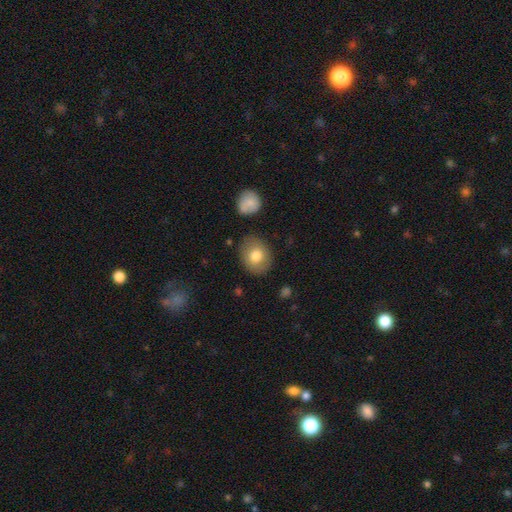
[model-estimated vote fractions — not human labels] smooth-or-featured: smooth: 77% | featured or disk: 15% | star or artifact: 8%
  how-rounded: round: 57% | in between: 42% | cigar-shaped: 1%
  merging: none: 84% | minor disturbance: 11% | major disturbance: 3% | merger: 2%